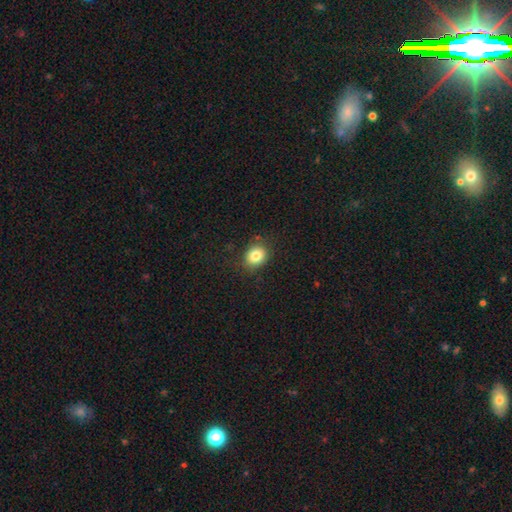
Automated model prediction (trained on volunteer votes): Smooth or featured? smooth (82%)
How rounded? round (70%)
Merging? none (83%)